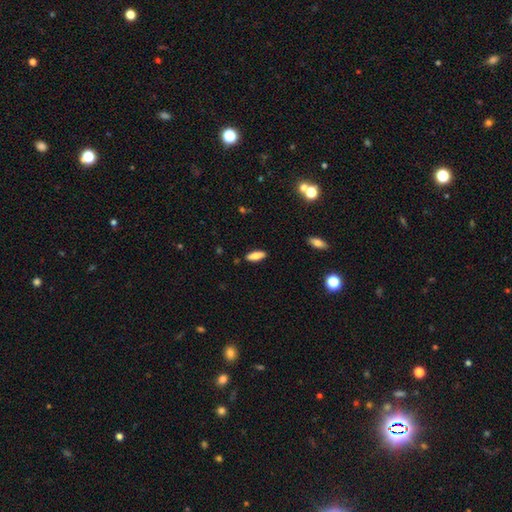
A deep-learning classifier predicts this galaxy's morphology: This appears to be a smooth galaxy with no disk features (75%) that is in between round and cigar-shaped (66%). Merging: none (88%).